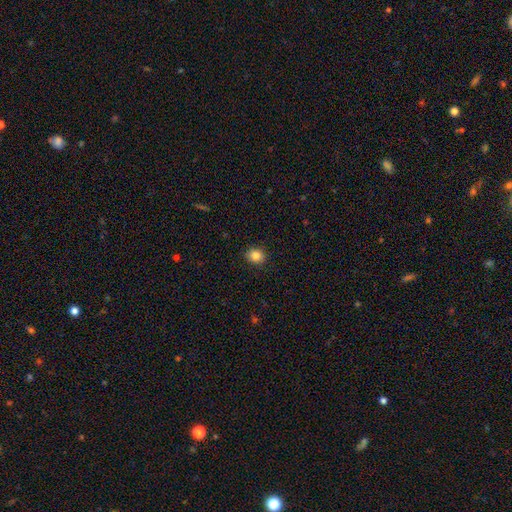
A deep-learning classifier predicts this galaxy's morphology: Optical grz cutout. It shows a smooth galaxy with no disk features (84%) that is round (64%). Merging: none (90%).